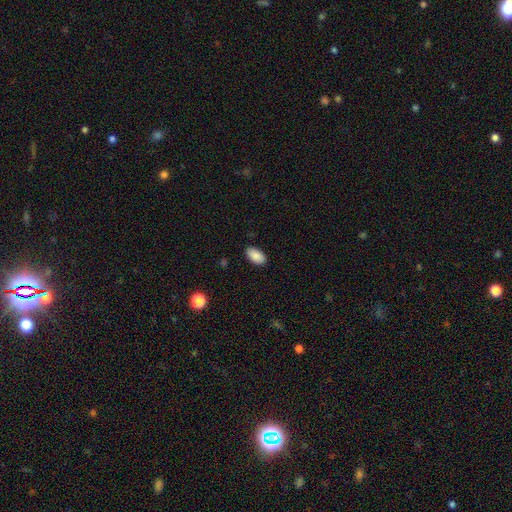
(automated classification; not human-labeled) The model was most divided on "merging": none: 88%, minor disturbance: 9%, major disturbance: 2%, merger: 1%. More confident: how rounded — in between (95%); smooth or featured — smooth (88%).